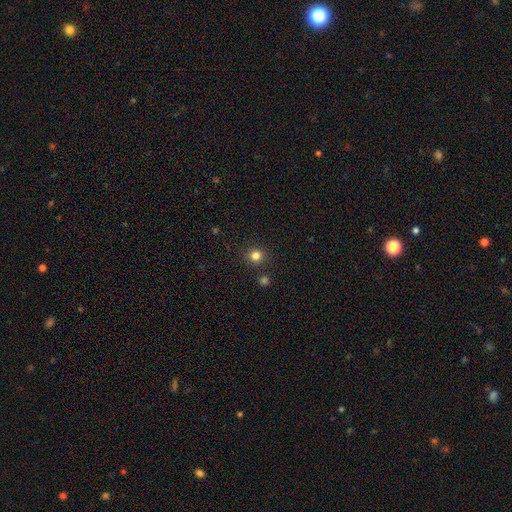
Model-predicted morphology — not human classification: smooth_or_featured: smooth (p=0.81) [alt: star or artifact p=0.15]
how_rounded: round (p=0.91) [alt: in between p=0.08]
merging: none (p=0.88) [alt: minor disturbance p=0.06]